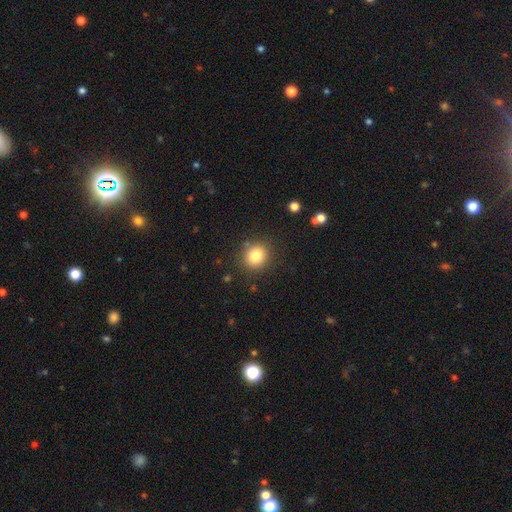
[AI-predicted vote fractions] This is clearly a smooth galaxy (82%). How rounded: likely round (80%). Merging: clearly none (86%).